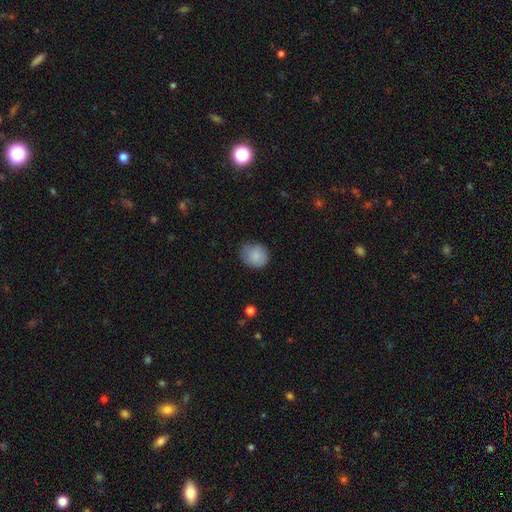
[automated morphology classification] The model was most divided on "how rounded": round: 71%, in between: 28%, cigar-shaped: 1%. More confident: smooth or featured — smooth (86%); merging — none (72%).